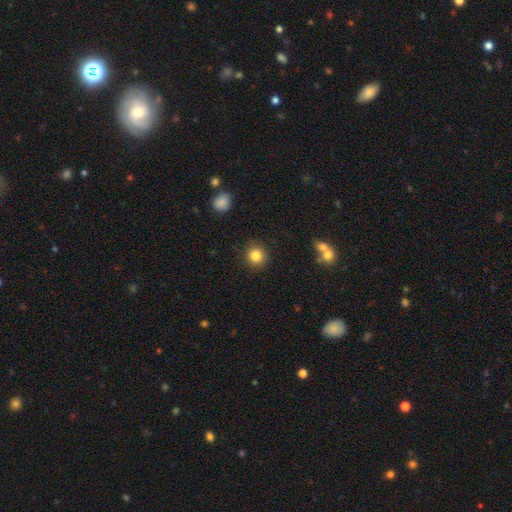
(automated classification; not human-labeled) The model was most divided on "smooth or featured": smooth: 84%, star or artifact: 10%, featured or disk: 6%. More confident: how rounded — round (90%); merging — none (89%).